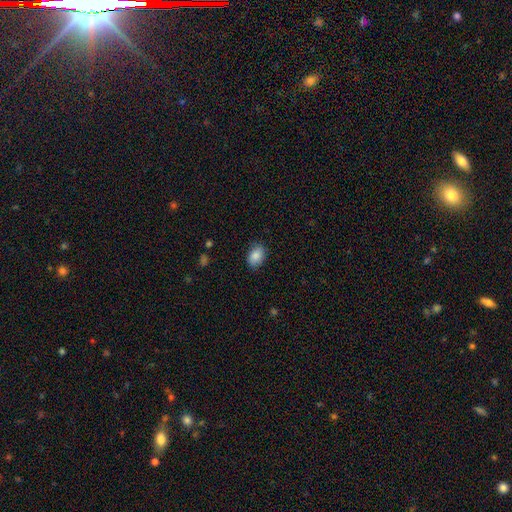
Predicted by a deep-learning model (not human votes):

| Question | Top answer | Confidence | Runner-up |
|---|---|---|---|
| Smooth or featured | smooth | 86% | star or artifact (7%) |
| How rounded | in between | 82% | round (17%) |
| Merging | none | 81% | minor disturbance (14%) |